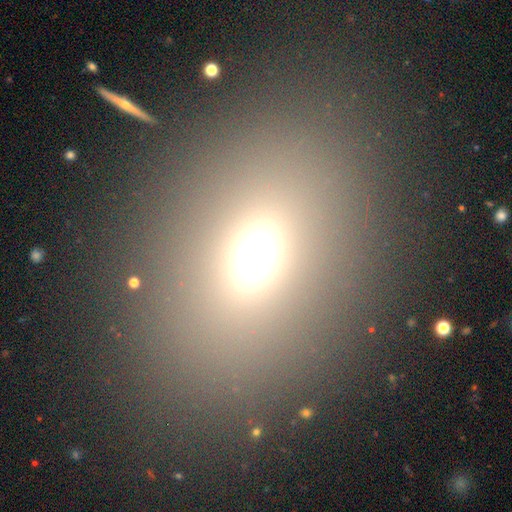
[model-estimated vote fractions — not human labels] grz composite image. It shows a smooth galaxy with no disk features (64%) that is in between round and cigar-shaped (66%). Merging: none (84%).